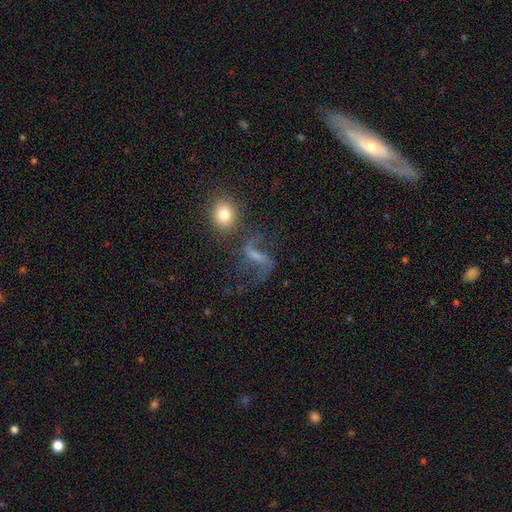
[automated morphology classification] Smooth or featured? Predicted: featured or disk (p=0.67). Edge-on disk? Predicted: no (p=0.95). Bar? Predicted: strong (p=0.42). Spiral arms? Predicted: yes (p=0.84). Spiral winding? Predicted: loose (p=0.79). Spiral arm count? Predicted: 2 (p=0.88). Bulge size? Predicted: small (p=0.39). Merging? Predicted: none (p=0.50).